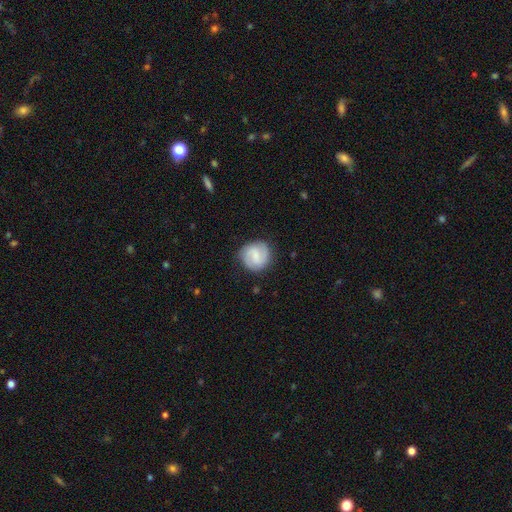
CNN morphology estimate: This is possibly a featured or disk galaxy (55%). It is clearly not viewed edge-on (98%). Bar: possibly weak (56%). Spiral arm pattern: clearly yes (90%). Central bulge: marginally small (41%). Merging: clearly none (81%).